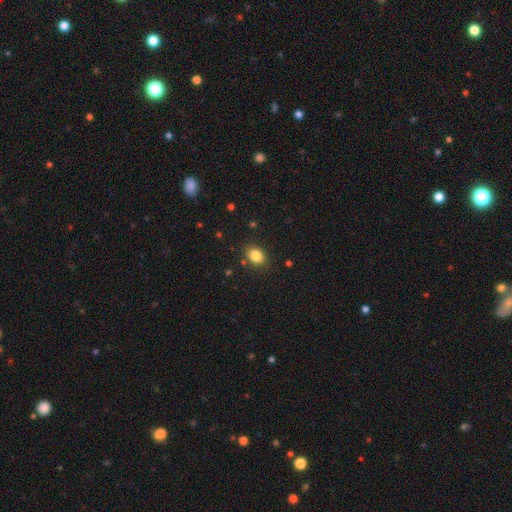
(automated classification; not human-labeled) Smooth or featured? smooth (84%)
How rounded? in between (66%)
Merging? none (85%)